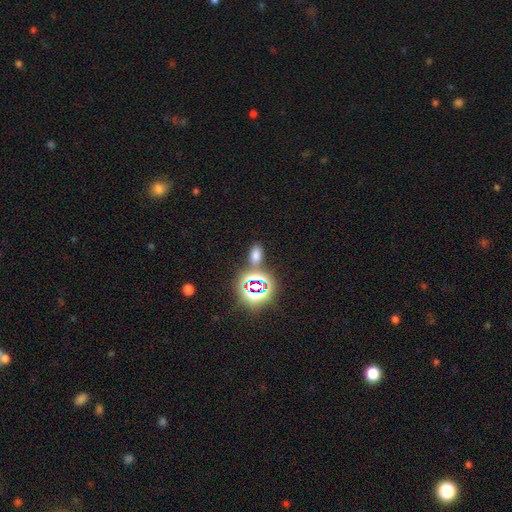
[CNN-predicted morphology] Overall: smooth (59%; star or artifact 35%). How rounded: in between (86%). Merging: none (74%).